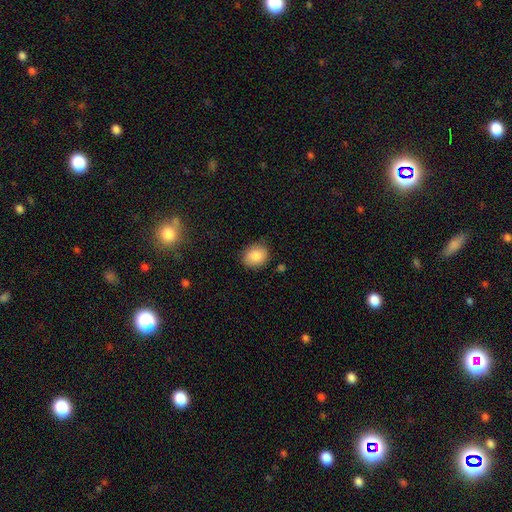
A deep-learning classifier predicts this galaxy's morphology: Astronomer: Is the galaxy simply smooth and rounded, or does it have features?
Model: smooth — 85%.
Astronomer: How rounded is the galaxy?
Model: round — 52% (runner-up: in between, 47%).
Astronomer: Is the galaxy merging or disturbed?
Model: none — 82%.